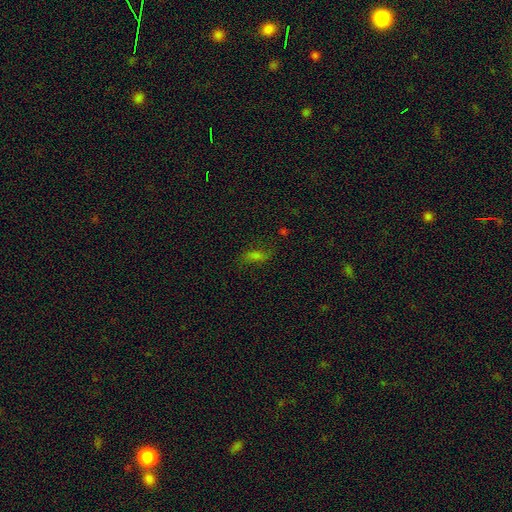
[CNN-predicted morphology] Smooth or featured? smooth (49%)
Merging? none (71%)